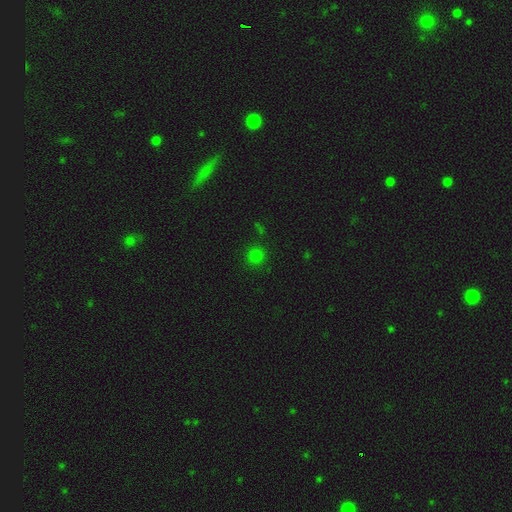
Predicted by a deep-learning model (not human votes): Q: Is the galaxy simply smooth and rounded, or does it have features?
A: smooth — 77%.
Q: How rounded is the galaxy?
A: round — 91%.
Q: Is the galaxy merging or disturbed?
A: none — 88%.